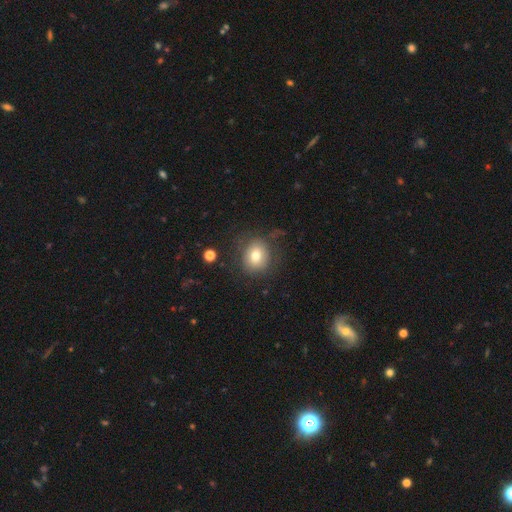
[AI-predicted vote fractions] smooth-or-featured: smooth: 74% | featured or disk: 15% | star or artifact: 11%
  how-rounded: round: 71% | in between: 28% | cigar-shaped: 1%
  merging: none: 73% | minor disturbance: 16% | major disturbance: 9% | merger: 2%